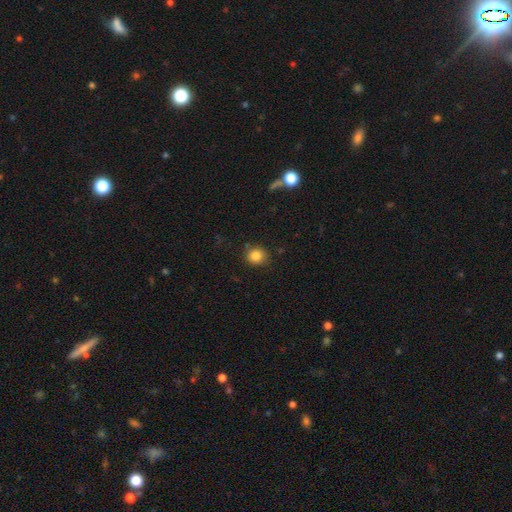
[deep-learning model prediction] Q: Smooth or featured?
A: smooth (84%); runner-up: star or artifact (11%)
Q: How rounded?
A: round (82%); runner-up: in between (17%)
Q: Merging?
A: none (82%); runner-up: minor disturbance (12%)